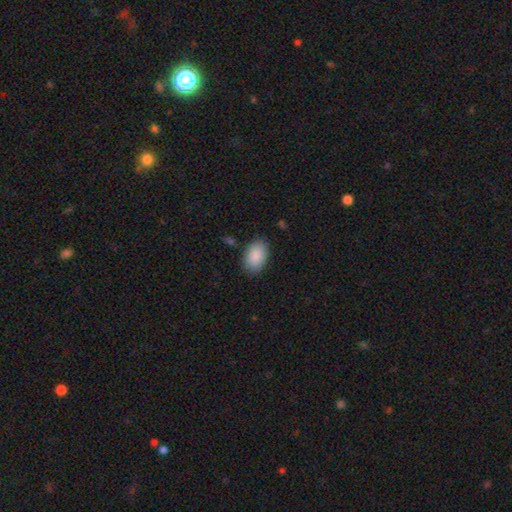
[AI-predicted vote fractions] Overall: smooth (89%). How rounded: in between (90%). Merging: none (83%).